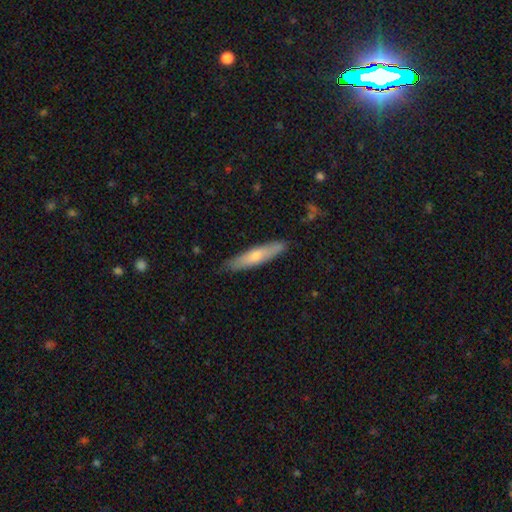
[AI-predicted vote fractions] This appears to be a smooth galaxy with no disk features (59%) that is cigar-shaped (83%). Merging: none (84%).